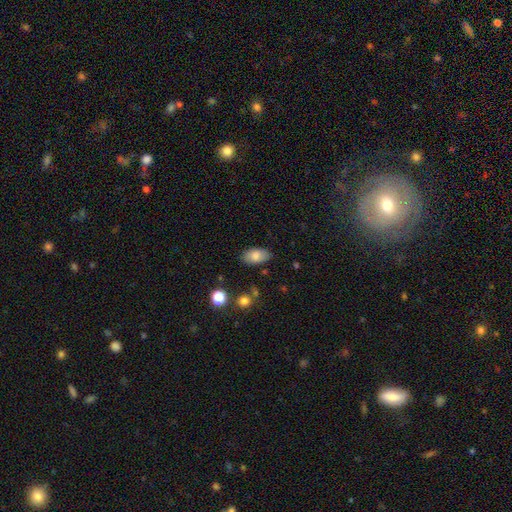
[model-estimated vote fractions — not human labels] The model was most divided on "merging": none: 82%, minor disturbance: 13%, major disturbance: 3%, merger: 2%. More confident: how rounded — in between (93%); smooth or featured — smooth (82%).